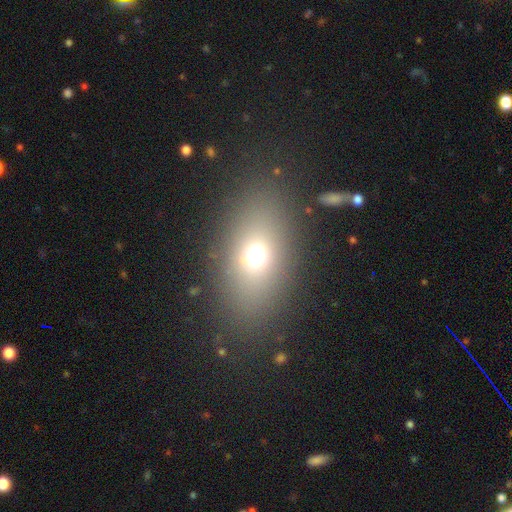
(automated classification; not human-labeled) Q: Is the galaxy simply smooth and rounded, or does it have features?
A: smooth — 66%.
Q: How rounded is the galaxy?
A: in between — 73%.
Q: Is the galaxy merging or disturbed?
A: none — 82%.